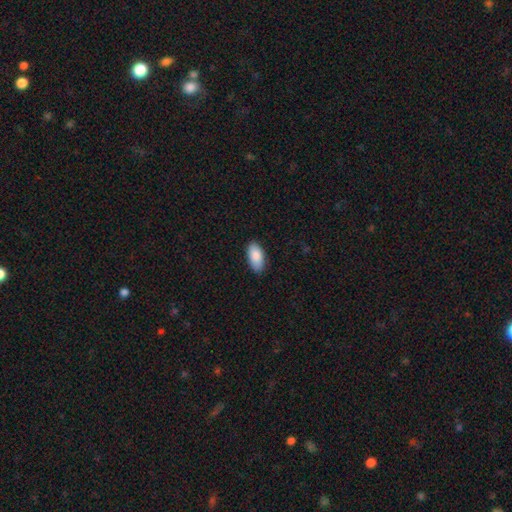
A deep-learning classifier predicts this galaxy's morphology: The model was most divided on "merging": none: 86%, minor disturbance: 11%, major disturbance: 2%, merger: 1%. More confident: how rounded — in between (93%); smooth or featured — smooth (88%).